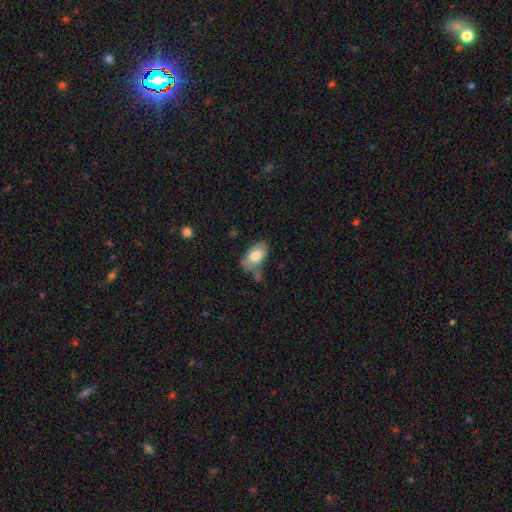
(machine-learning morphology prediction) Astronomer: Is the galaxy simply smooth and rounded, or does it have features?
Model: smooth — 77%.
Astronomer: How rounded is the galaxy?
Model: in between — 94%.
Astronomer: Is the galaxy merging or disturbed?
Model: none — 57%.